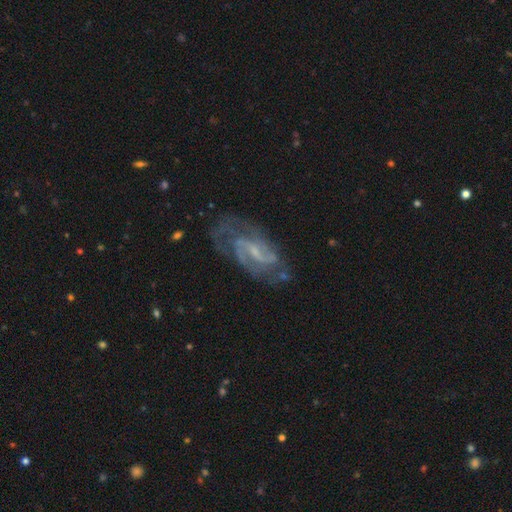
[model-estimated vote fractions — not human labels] featured or disk 78%, star or artifact 12%, smooth 10%. Down the decision tree: edge-on disk — no (94%); bar — weak (51%); spiral arms — yes (94%); spiral arm count — 2 (52%); spiral winding — tight (46%); bulge size — small (61%); merging — none (76%).